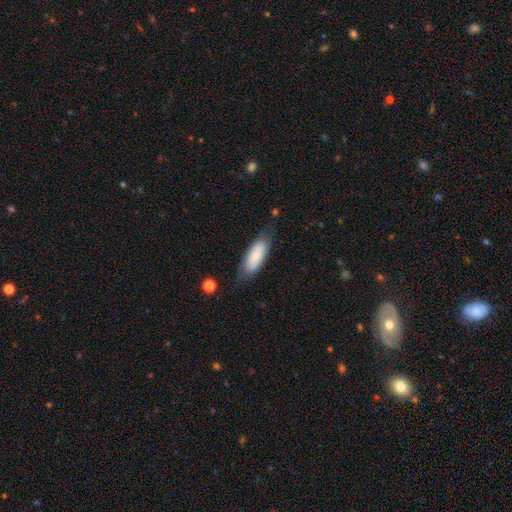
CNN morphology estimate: Smooth or featured: smooth — 80% (featured or disk — 13%)
How rounded: in between — 72% (cigar-shaped — 26%)
Merging: none — 73% (minor disturbance — 20%)